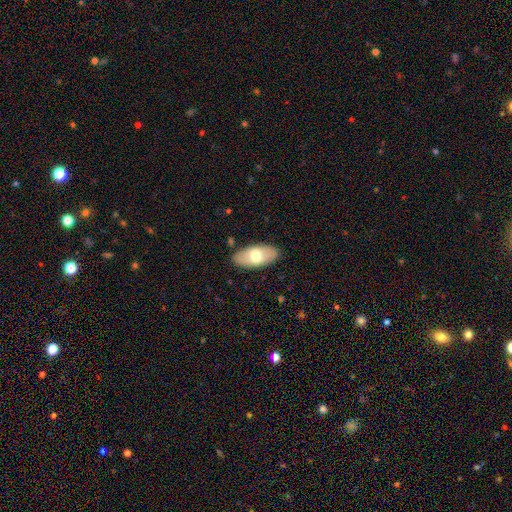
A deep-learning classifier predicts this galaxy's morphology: Smooth or featured? Predicted: smooth (p=0.64). How rounded? Predicted: in between (p=0.92). Merging? Predicted: none (p=0.86).